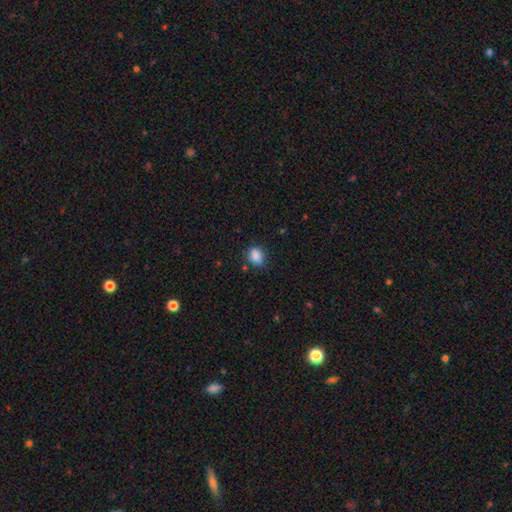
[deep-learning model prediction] Q: Smooth or featured?
A: smooth (86%); runner-up: star or artifact (9%)
Q: How rounded?
A: in between (60%); runner-up: round (39%)
Q: Merging?
A: none (71%); runner-up: minor disturbance (22%)